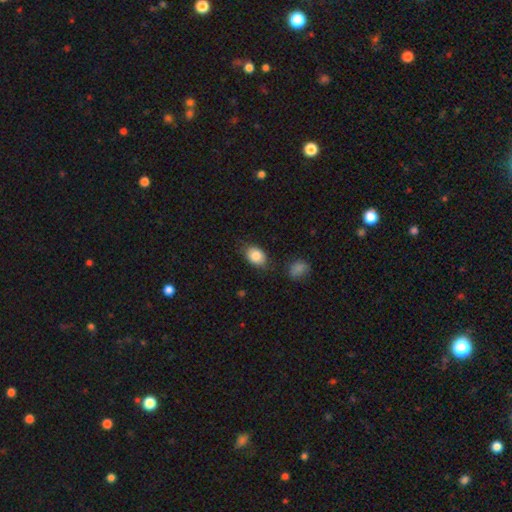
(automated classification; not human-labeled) Smooth or featured? smooth (86%)
How rounded? in between (79%)
Merging? none (75%)